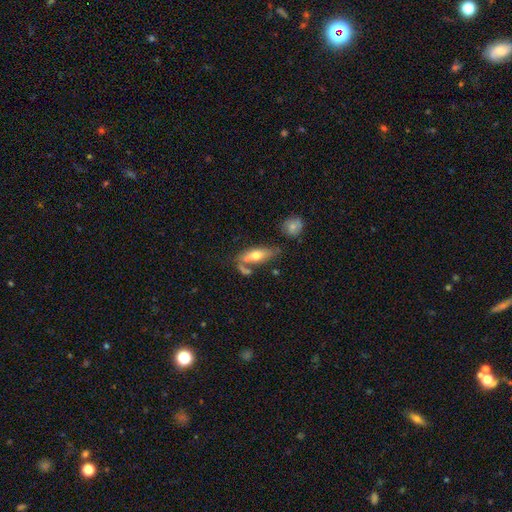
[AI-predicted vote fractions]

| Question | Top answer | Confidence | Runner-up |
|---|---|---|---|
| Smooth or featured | smooth | 61% | featured or disk (32%) |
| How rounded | in between | 71% | cigar-shaped (24%) |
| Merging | none | 44% | merger (29%) |